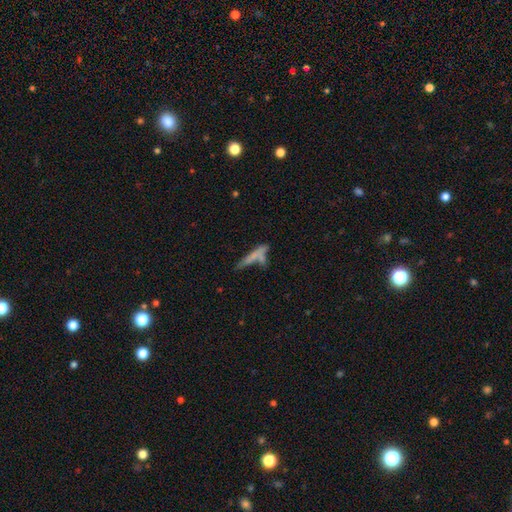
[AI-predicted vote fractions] Q: Smooth or featured?
A: smooth (62%); runner-up: featured or disk (28%)
Q: How rounded?
A: cigar-shaped (83%); runner-up: in between (14%)
Q: Merging?
A: none (43%); runner-up: merger (34%)